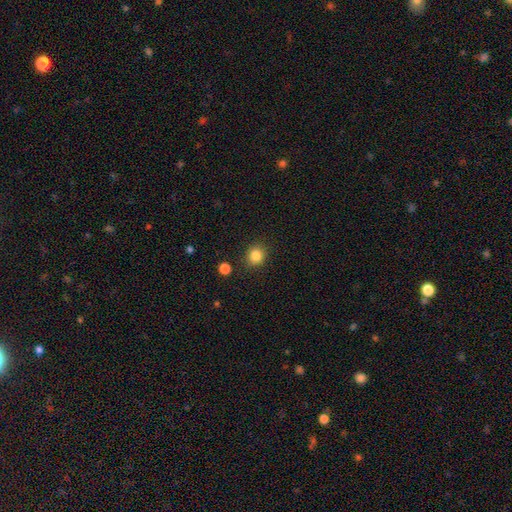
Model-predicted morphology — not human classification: A smooth galaxy with no disk features (85%) that is round (81%). Merging: none (87%).